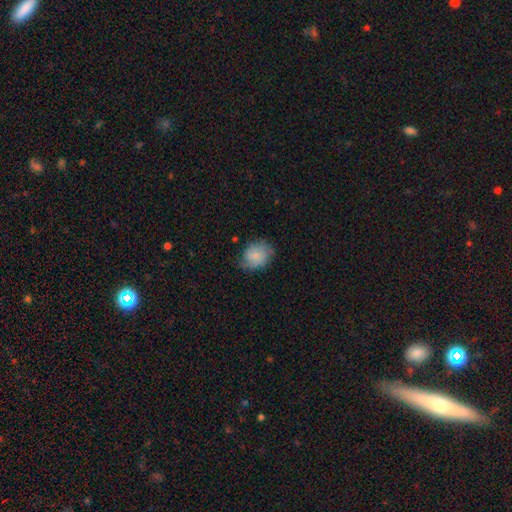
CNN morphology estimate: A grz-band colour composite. It shows a smooth galaxy with no disk features (71%) that is in between round and cigar-shaped (52%). Merging: none (64%).